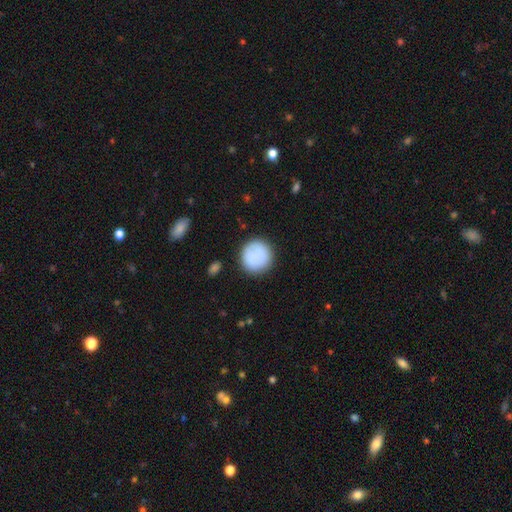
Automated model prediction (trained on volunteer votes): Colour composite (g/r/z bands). It shows a smooth galaxy with no disk features (82%) that is round (94%). Merging: none (83%).